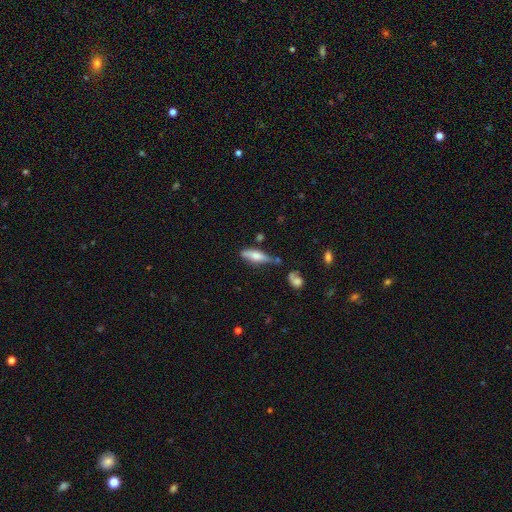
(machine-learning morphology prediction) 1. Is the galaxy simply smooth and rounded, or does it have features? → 60% smooth, 33% featured or disk, 7% star or artifact.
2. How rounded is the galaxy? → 55% cigar-shaped, 43% in between, 3% round.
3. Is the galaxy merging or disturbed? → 51% none, 27% minor disturbance, 13% merger, 10% major disturbance.